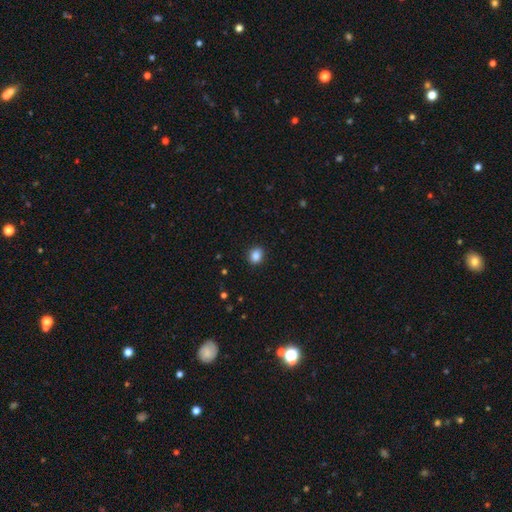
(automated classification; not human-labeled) The model was most divided on "how rounded": round: 51%, in between: 48%, cigar-shaped: 1%. More confident: merging — none (89%); smooth or featured — smooth (87%).